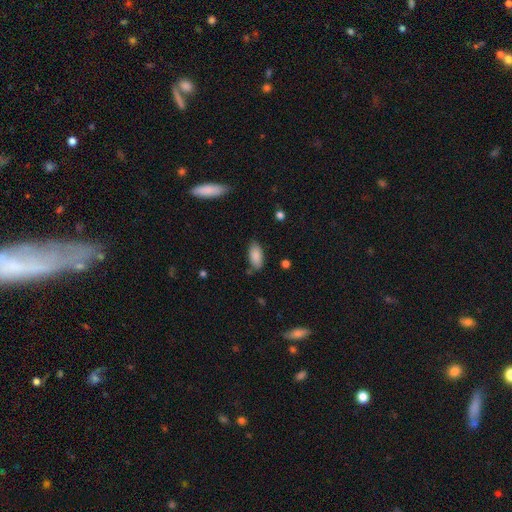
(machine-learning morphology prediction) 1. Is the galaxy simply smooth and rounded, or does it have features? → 87% smooth, 7% star or artifact, 6% featured or disk.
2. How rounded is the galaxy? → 90% in between, 8% cigar-shaped, 2% round.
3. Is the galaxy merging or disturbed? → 77% none, 17% minor disturbance, 3% major disturbance, 3% merger.